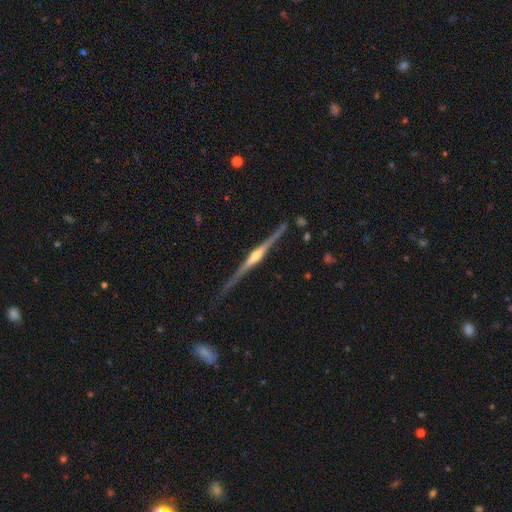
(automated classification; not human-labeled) Morphology: type=featured or disk (85%); edge-on=yes (98%); edge-on bulge=rounded (84%); merging=none (82%).